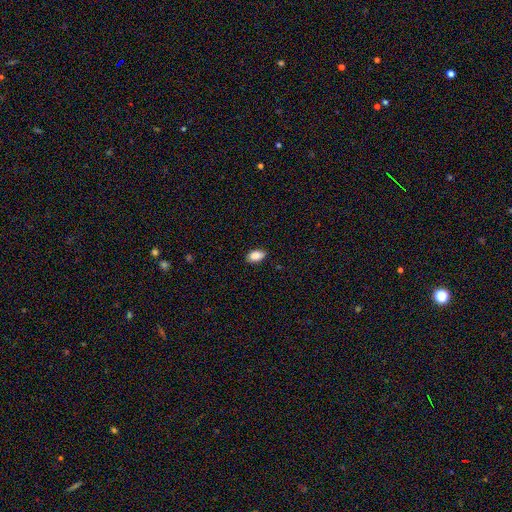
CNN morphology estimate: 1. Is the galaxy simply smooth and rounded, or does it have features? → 89% smooth, 8% star or artifact, 3% featured or disk.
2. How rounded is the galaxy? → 92% in between, 6% round, 2% cigar-shaped.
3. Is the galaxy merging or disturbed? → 84% none, 13% minor disturbance, 2% major disturbance, 1% merger.